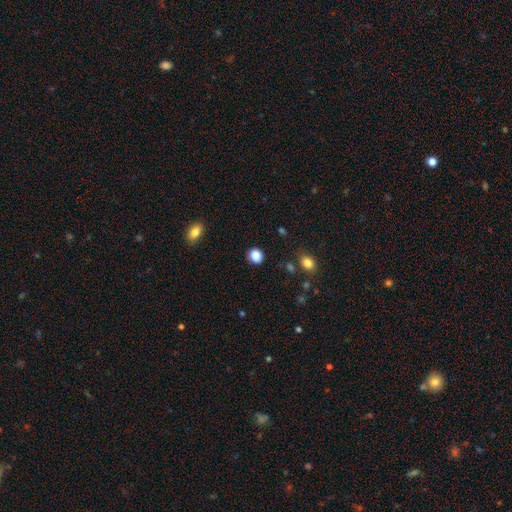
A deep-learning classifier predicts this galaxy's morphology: smooth-or-featured: smooth: 86% | star or artifact: 10% | featured or disk: 4%
  how-rounded: round: 77% | in between: 22% | cigar-shaped: 1%
  merging: none: 87% | minor disturbance: 8% | major disturbance: 3% | merger: 2%